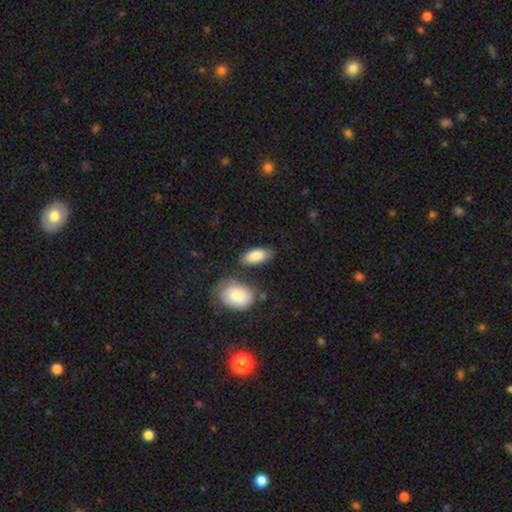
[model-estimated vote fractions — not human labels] Smooth or featured?
  - smooth: 86% *
  - featured or disk: 8%
  - star or artifact: 6%
How rounded?
  - in between: 92% *
  - cigar-shaped: 5%
  - round: 3%
Merging?
  - none: 66% *
  - minor disturbance: 18%
  - merger: 10%
  - major disturbance: 6%